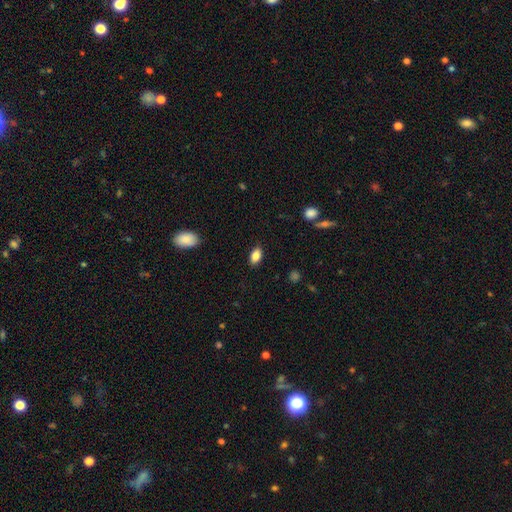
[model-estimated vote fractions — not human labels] Smooth or featured?
  - smooth: 86% *
  - star or artifact: 8%
  - featured or disk: 6%
How rounded?
  - in between: 89% *
  - round: 7%
  - cigar-shaped: 3%
Merging?
  - none: 87% *
  - minor disturbance: 10%
  - major disturbance: 2%
  - merger: 1%